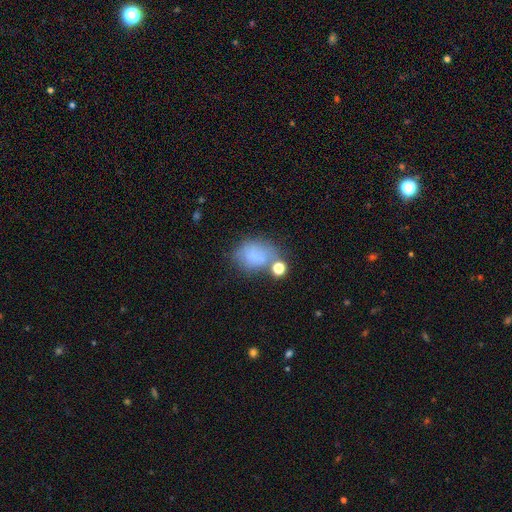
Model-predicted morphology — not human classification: smooth 72%, featured or disk 15%, star or artifact 13%. Down the decision tree: how rounded — in between (64%); merging — none (47%).